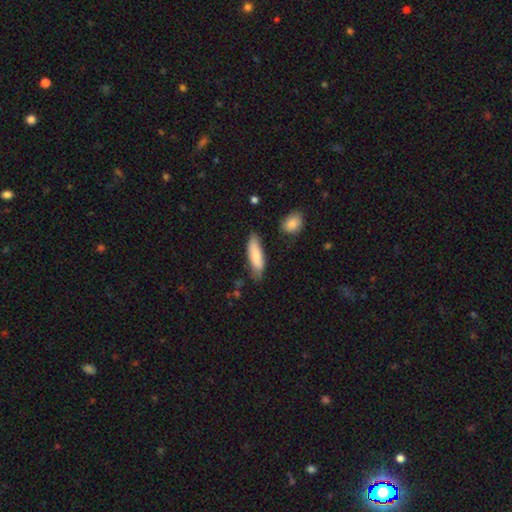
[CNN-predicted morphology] A smooth galaxy with no disk features (78%) that is in between round and cigar-shaped (52%). Merging: none (71%).